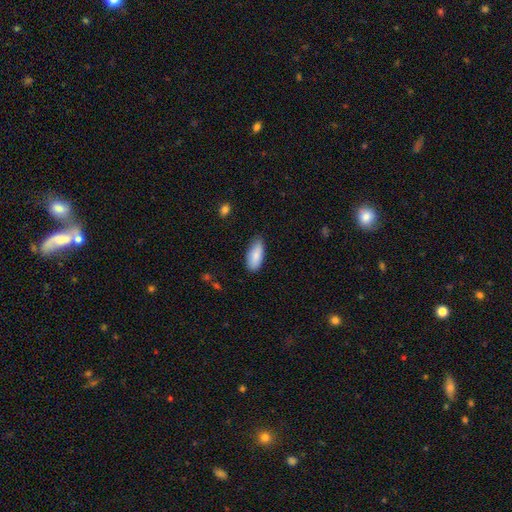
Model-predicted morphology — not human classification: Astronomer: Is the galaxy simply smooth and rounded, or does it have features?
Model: smooth — 85%.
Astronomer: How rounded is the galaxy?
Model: in between — 85%.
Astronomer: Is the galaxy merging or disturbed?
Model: none — 79%.